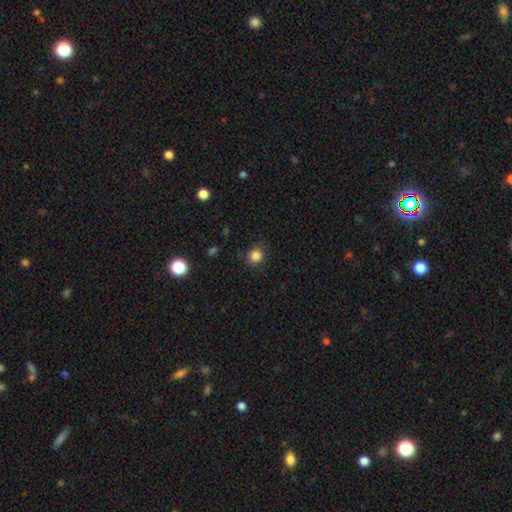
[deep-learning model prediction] Q: Smooth or featured?
A: smooth (84%); runner-up: star or artifact (12%)
Q: How rounded?
A: round (79%); runner-up: in between (20%)
Q: Merging?
A: none (83%); runner-up: minor disturbance (12%)